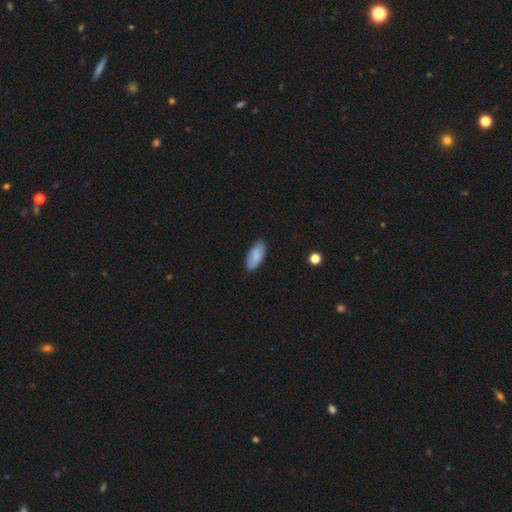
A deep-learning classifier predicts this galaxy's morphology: type=smooth (86%); roundness=in between (90%); merging=none (83%).